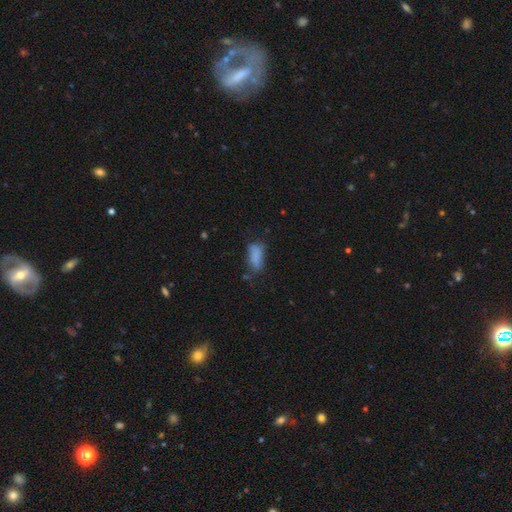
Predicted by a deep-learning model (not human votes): Q: Smooth or featured?
A: smooth (77%); runner-up: featured or disk (13%)
Q: How rounded?
A: in between (80%); runner-up: cigar-shaped (17%)
Q: Merging?
A: none (47%); runner-up: minor disturbance (32%)